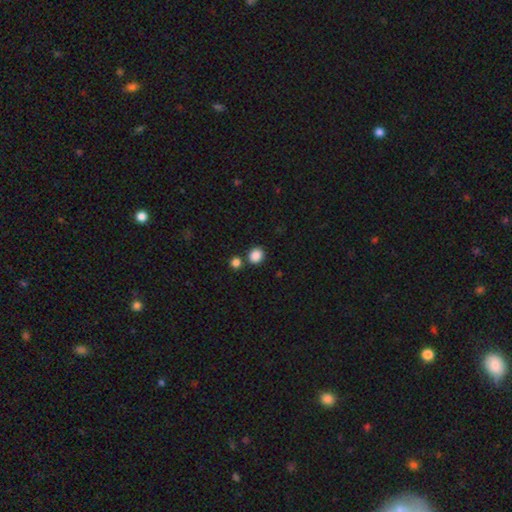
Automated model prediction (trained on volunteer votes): Smooth or featured? smooth (86%)
How rounded? round (70%)
Merging? none (75%)